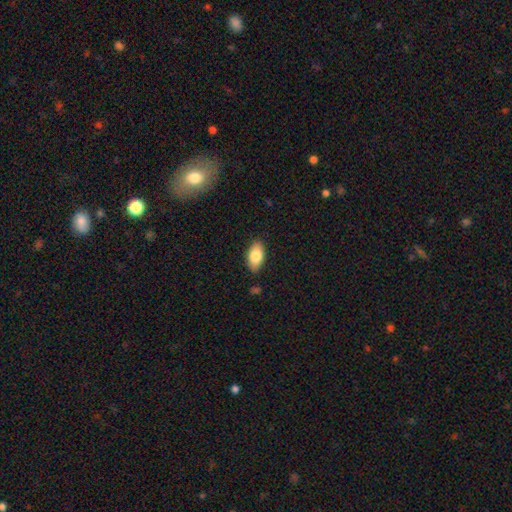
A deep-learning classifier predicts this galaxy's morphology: A smooth galaxy with no disk features (82%) that is in between round and cigar-shaped (93%). Merging: none (86%).